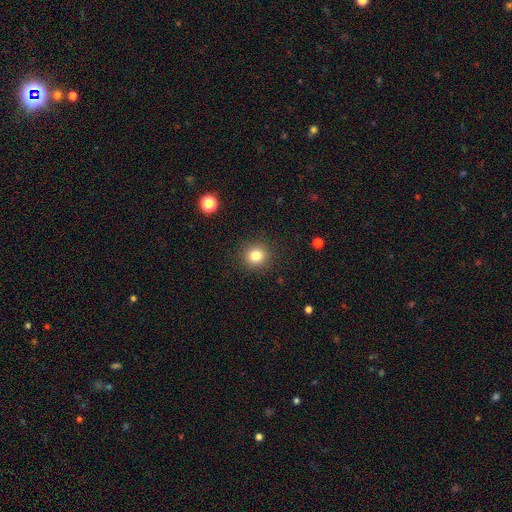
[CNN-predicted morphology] smooth 82%, star or artifact 12%, featured or disk 6%. Down the decision tree: how rounded — round (91%); merging — none (90%).